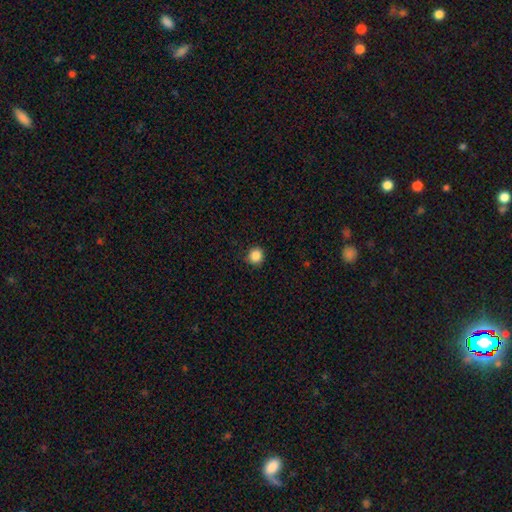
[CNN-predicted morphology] A smooth galaxy with no disk features (86%) that is round (92%).

Vote fractions:
- Smooth or featured? smooth: 86% / star or artifact: 11% / featured or disk: 3%
- How rounded? round: 92% / in between: 7% / cigar-shaped: 1%
- Merging? none: 86% / minor disturbance: 10% / major disturbance: 2% / merger: 1%